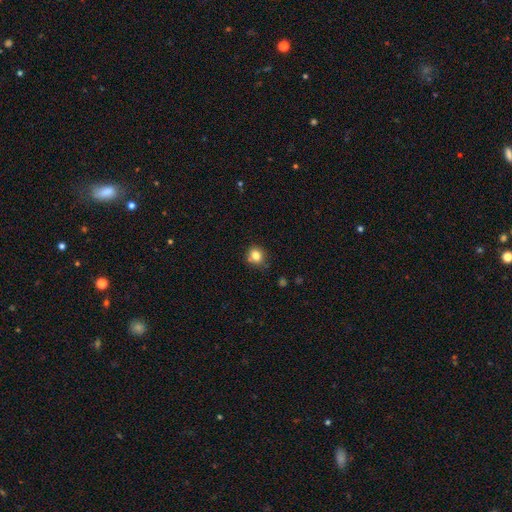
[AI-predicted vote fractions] This appears to be a smooth galaxy with no disk features (82%) that is round (80%). Merging: none (76%).